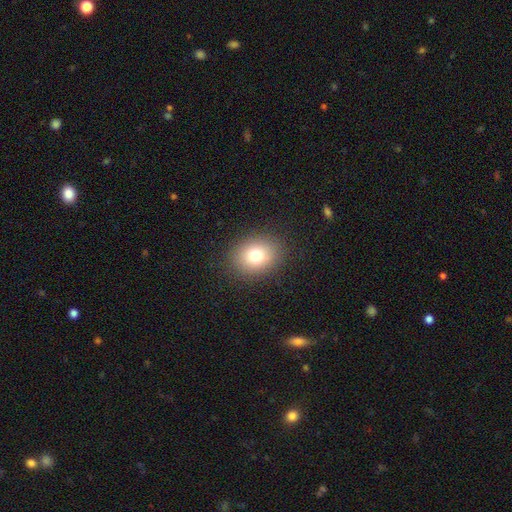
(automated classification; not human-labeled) Smooth or featured?
  - smooth: 77% *
  - star or artifact: 13%
  - featured or disk: 11%
How rounded?
  - round: 56% *
  - in between: 43%
  - cigar-shaped: 1%
Merging?
  - none: 88% *
  - minor disturbance: 8%
  - major disturbance: 3%
  - merger: 1%